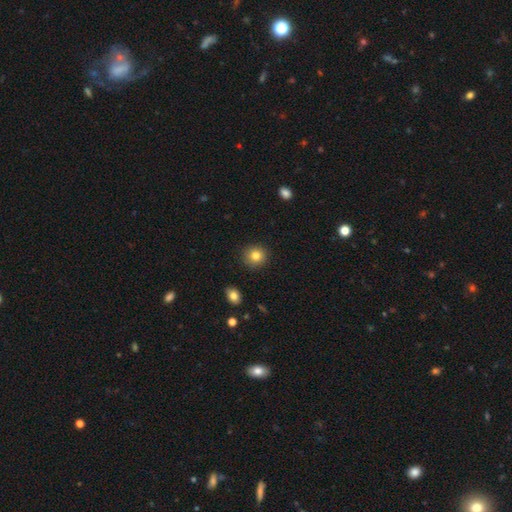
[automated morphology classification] smooth-or-featured: smooth: 82% | star or artifact: 10% | featured or disk: 7%
  how-rounded: round: 91% | in between: 8% | cigar-shaped: 1%
  merging: none: 90% | minor disturbance: 7% | major disturbance: 2% | merger: 1%